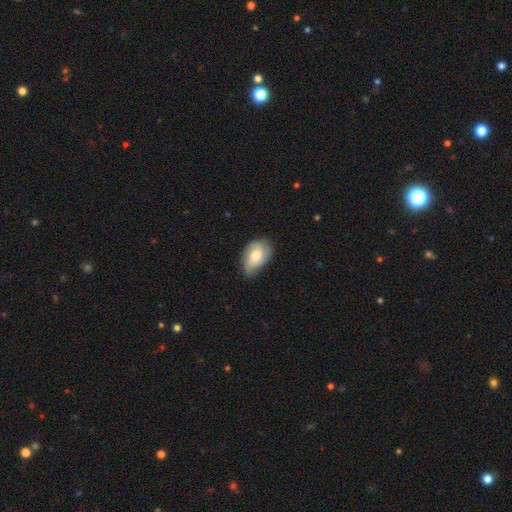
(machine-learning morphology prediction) Q: Smooth or featured?
A: smooth (55%); runner-up: featured or disk (38%)
Q: How rounded?
A: in between (84%); runner-up: round (14%)
Q: Merging?
A: none (57%); runner-up: minor disturbance (34%)